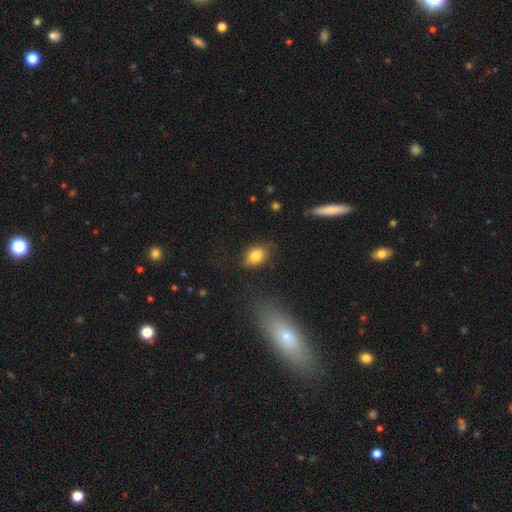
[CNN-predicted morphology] Q: Smooth or featured?
A: smooth (82%); runner-up: featured or disk (9%)
Q: How rounded?
A: in between (78%); runner-up: round (21%)
Q: Merging?
A: none (77%); runner-up: minor disturbance (16%)